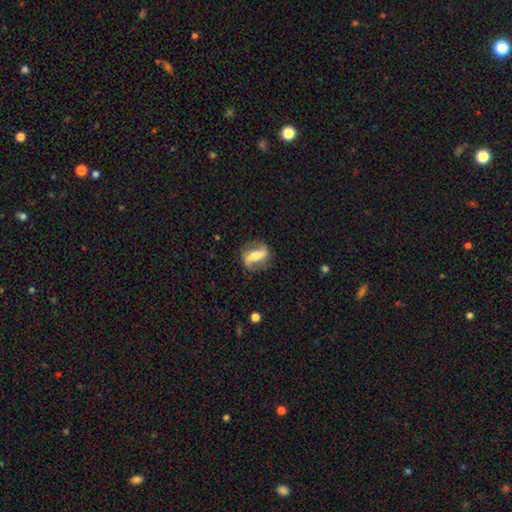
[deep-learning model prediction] Morphology: type=featured or disk (71%); edge-on=no (87%); bar=strong (70%); spiral arms=yes (78%); bulge=moderate (41%); merging=none (79%).